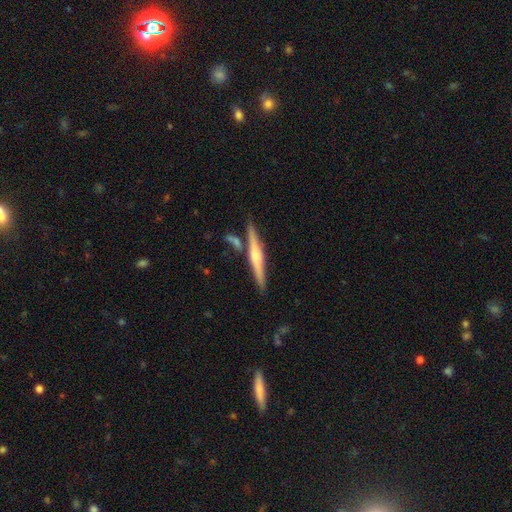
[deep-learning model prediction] A featured or disk galaxy (66%) viewed edge-on (98%) with a rounded central bulge (75%).

Vote fractions:
- Smooth or featured? featured or disk: 66% / smooth: 28% / star or artifact: 6%
- Edge-on disk? yes: 98% / no: 2%
- Edge-on bulge? rounded: 75% / none: 13% / boxy: 12%
- Merging? none: 82% / minor disturbance: 9% / merger: 7% / major disturbance: 2%